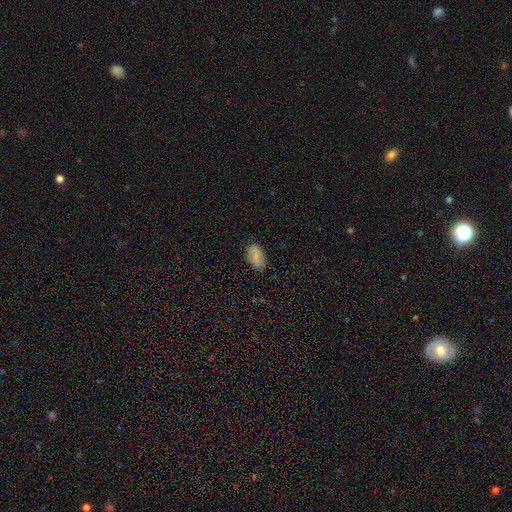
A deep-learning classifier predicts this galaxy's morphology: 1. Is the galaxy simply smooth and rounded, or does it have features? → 77% smooth, 14% featured or disk, 10% star or artifact.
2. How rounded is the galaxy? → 92% in between, 6% round, 2% cigar-shaped.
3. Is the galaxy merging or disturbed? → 83% none, 13% minor disturbance, 3% major disturbance, 1% merger.